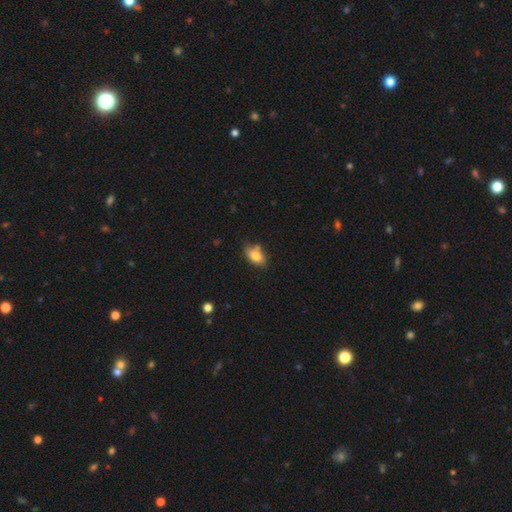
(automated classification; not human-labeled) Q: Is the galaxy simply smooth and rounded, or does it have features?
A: smooth — 80%.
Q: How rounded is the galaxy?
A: in between — 86%.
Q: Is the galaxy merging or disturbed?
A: none — 67%.